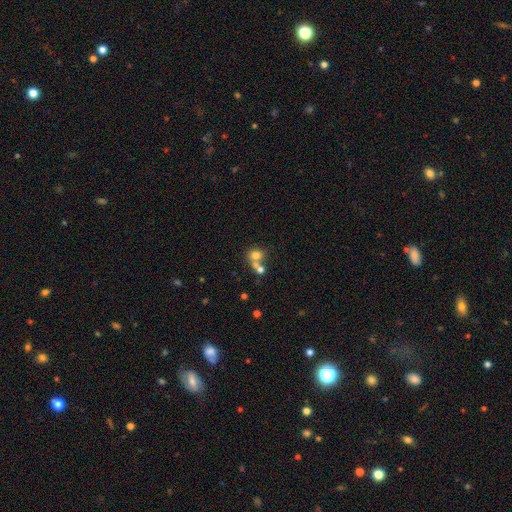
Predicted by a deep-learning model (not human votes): smooth-or-featured: smooth: 70% | featured or disk: 17% | star or artifact: 13%
  how-rounded: round: 66% | in between: 33% | cigar-shaped: 1%
  merging: merger: 53% | none: 35% | minor disturbance: 8% | major disturbance: 5%